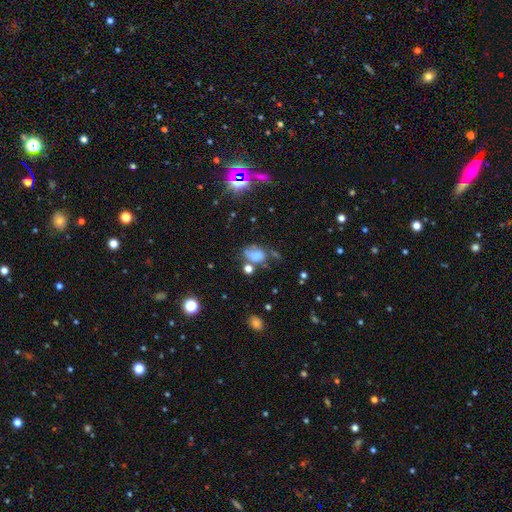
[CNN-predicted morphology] smooth_or_featured: smooth (p=0.62) [alt: featured or disk p=0.20]
how_rounded: in between (p=0.70) [alt: round p=0.28]
merging: none (p=0.34) [alt: minor disturbance p=0.26]